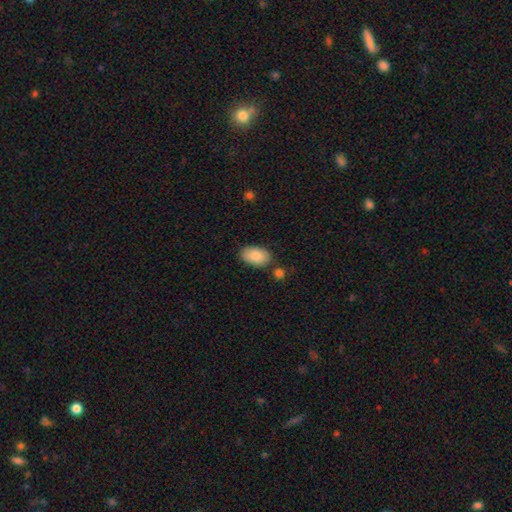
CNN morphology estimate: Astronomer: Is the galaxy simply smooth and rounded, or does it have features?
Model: smooth — 87%.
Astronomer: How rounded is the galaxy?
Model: in between — 94%.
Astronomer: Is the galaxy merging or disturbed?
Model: none — 80%.